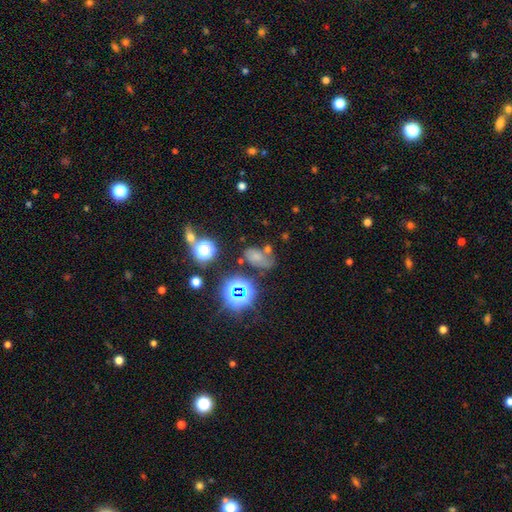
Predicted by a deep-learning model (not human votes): smooth-or-featured: smooth: 52% | star or artifact: 29% | featured or disk: 20%
  how-rounded: in between: 82% | round: 15% | cigar-shaped: 3%
  merging: none: 51% | minor disturbance: 23% | merger: 14% | major disturbance: 11%